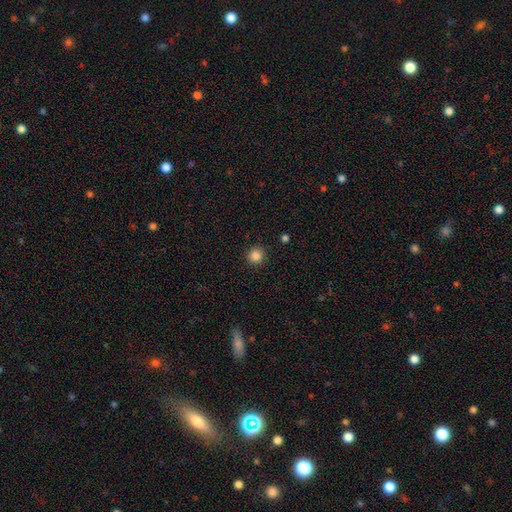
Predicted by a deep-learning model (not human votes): smooth-or-featured: smooth: 85% | star or artifact: 11% | featured or disk: 3%
  how-rounded: round: 94% | in between: 5% | cigar-shaped: 1%
  merging: none: 91% | minor disturbance: 5% | major disturbance: 2% | merger: 1%